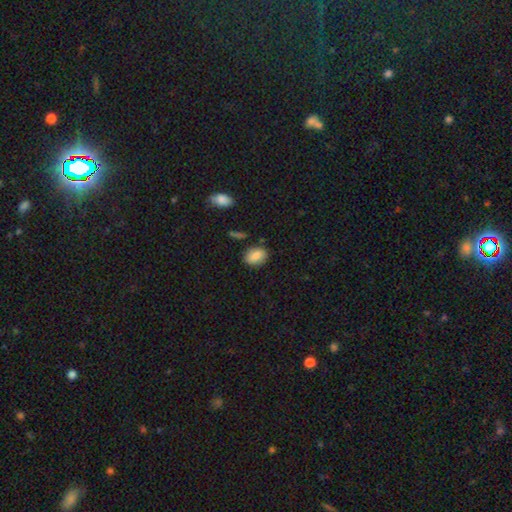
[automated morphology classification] This appears to be a smooth galaxy with no disk features (83%) that is in between round and cigar-shaped (72%). Merging: none (80%).